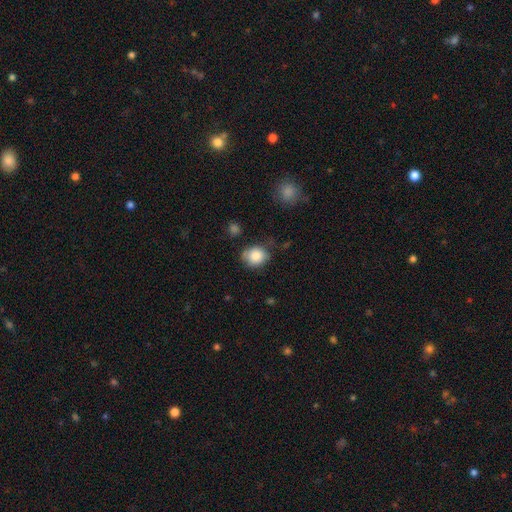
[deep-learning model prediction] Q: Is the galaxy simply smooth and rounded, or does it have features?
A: smooth — 84%.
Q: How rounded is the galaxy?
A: round — 65%.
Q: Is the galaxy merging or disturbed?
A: none — 66%.